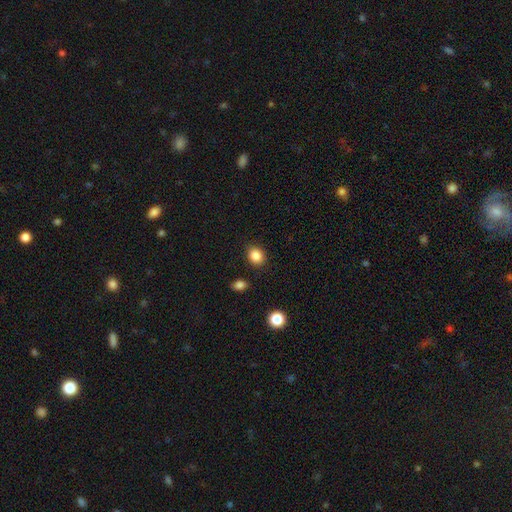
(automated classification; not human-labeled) Overall: smooth (86%). How rounded: round (57%; in between 42%). Merging: none (87%).